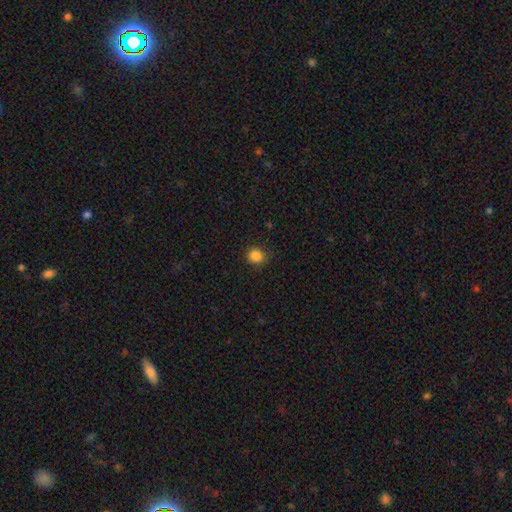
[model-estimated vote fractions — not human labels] Smooth or featured: smooth — 85% (star or artifact — 11%)
How rounded: round — 86% (in between — 14%)
Merging: none — 85% (minor disturbance — 11%)